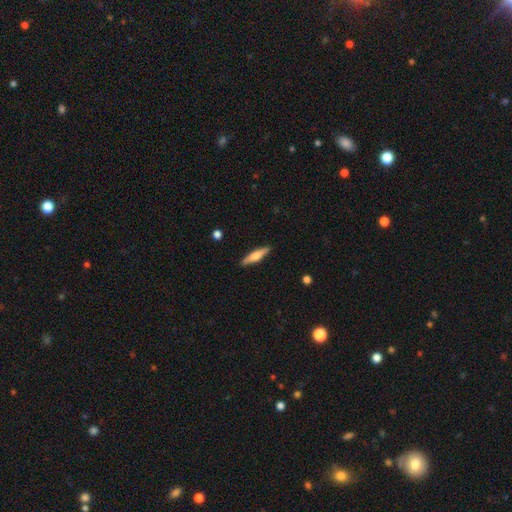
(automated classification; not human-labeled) A smooth galaxy with no disk features (54%) that is cigar-shaped (81%).

Vote fractions:
- Smooth or featured? smooth: 54% / featured or disk: 40% / star or artifact: 6%
- How rounded? cigar-shaped: 81% / in between: 18% / round: 2%
- Merging? none: 89% / minor disturbance: 8% / major disturbance: 2% / merger: 1%